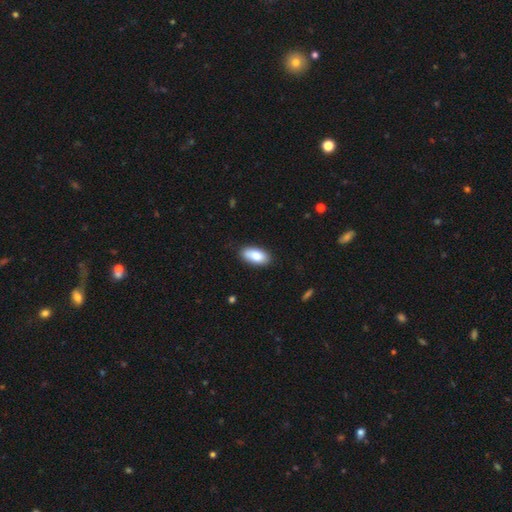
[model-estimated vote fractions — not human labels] This is clearly a smooth galaxy (86%). How rounded: clearly in between (90%). Merging: clearly none (85%).